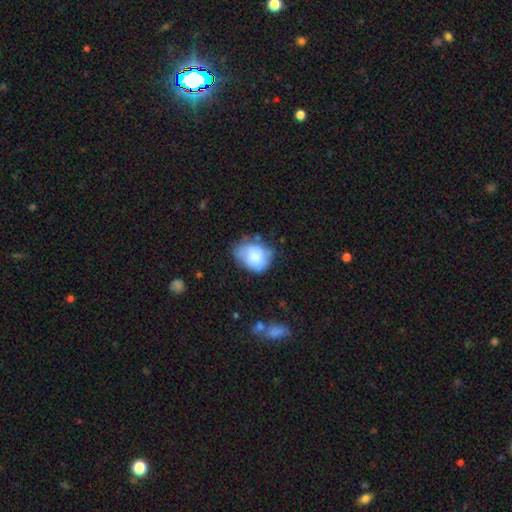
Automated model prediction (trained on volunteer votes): Smooth or featured? Predicted: smooth (p=0.73). How rounded? Predicted: in between (p=0.56). Merging? Predicted: none (p=0.48).